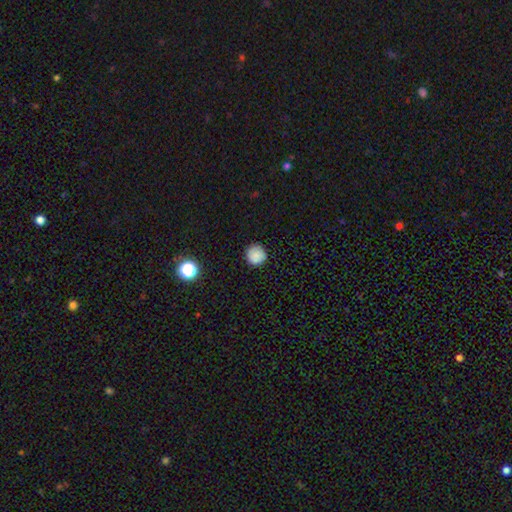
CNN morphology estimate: A smooth galaxy with no disk features (85%) that is round (94%). Merging: none (89%).